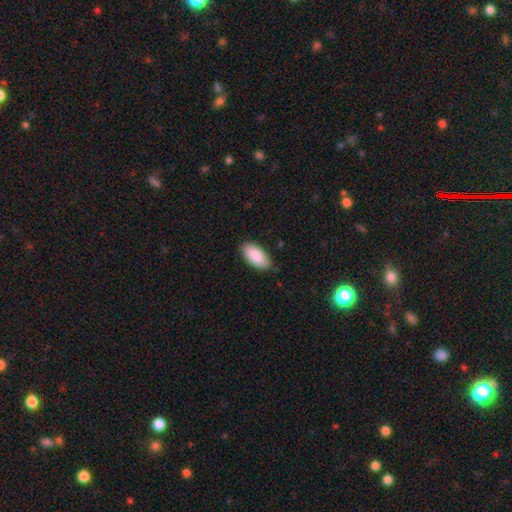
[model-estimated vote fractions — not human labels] Smooth or featured? Predicted: smooth (p=0.89). How rounded? Predicted: in between (p=0.95). Merging? Predicted: none (p=0.82).